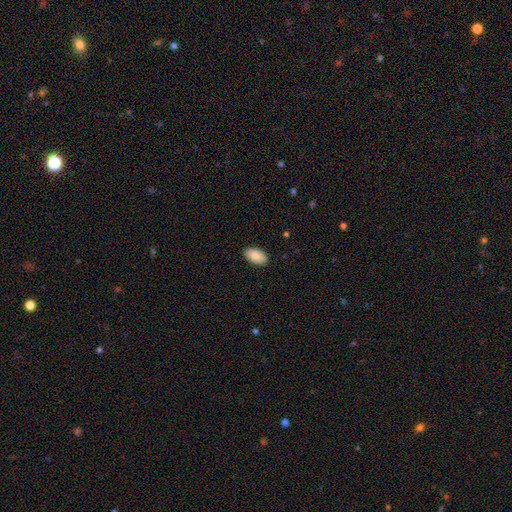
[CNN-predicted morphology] This is clearly a smooth galaxy (89%). How rounded: clearly in between (95%). Merging: clearly none (89%).